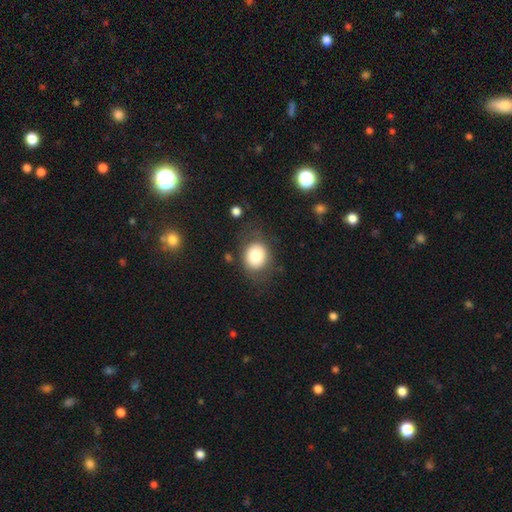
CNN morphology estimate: The model was most divided on "how rounded": round: 63%, in between: 36%, cigar-shaped: 1%. More confident: smooth or featured — smooth (79%); merging — none (75%).